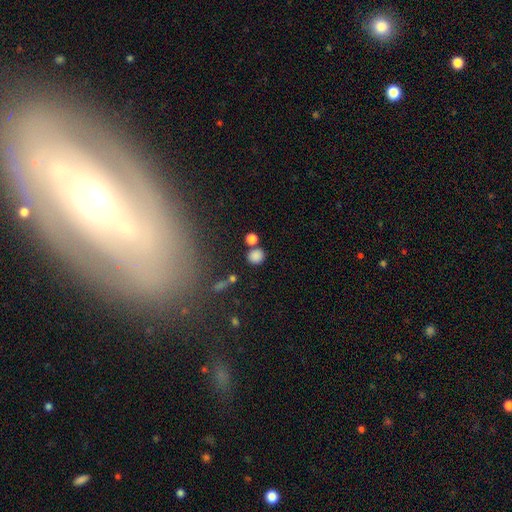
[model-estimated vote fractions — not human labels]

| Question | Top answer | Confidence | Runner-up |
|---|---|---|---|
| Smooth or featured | smooth | 82% | star or artifact (12%) |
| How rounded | round | 83% | in between (16%) |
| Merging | none | 71% | merger (15%) |